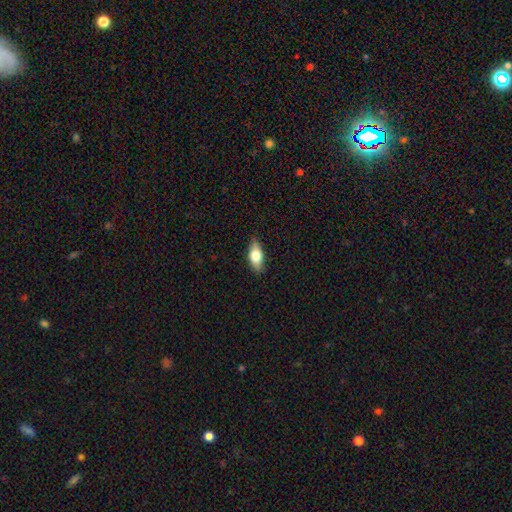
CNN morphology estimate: smooth 72%, featured or disk 21%, star or artifact 7%. Down the decision tree: how rounded — in between (82%); merging — none (84%).